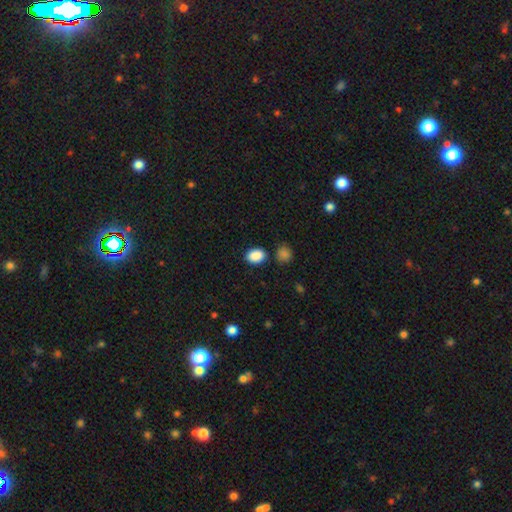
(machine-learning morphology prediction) Smooth or featured? Predicted: smooth (p=0.89). How rounded? Predicted: in between (p=0.74). Merging? Predicted: none (p=0.82).